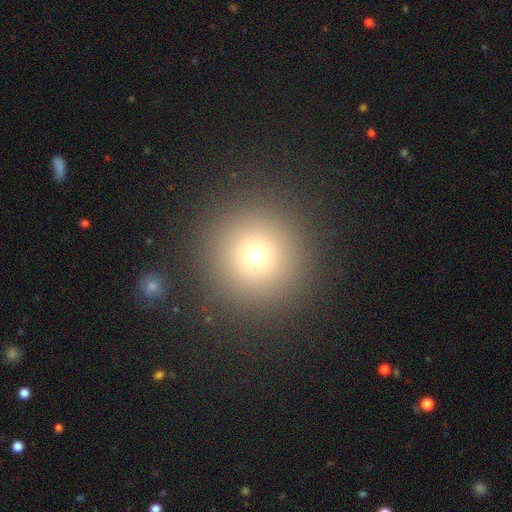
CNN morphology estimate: This appears to be a smooth galaxy with no disk features (71%) that is round (96%). Merging: none (89%).